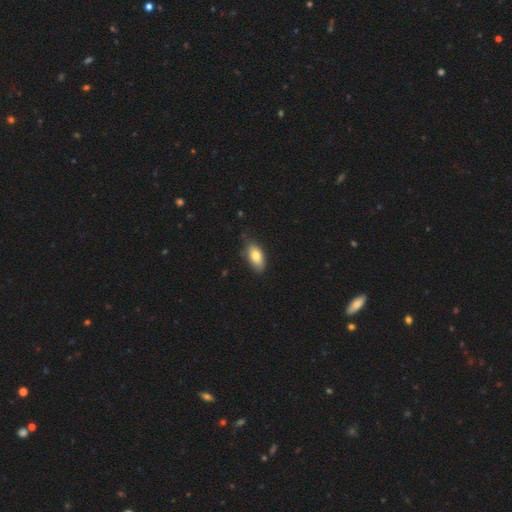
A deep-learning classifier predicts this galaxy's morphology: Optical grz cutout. It shows a smooth galaxy with no disk features (78%) that is in between round and cigar-shaped (89%). Merging: none (72%).